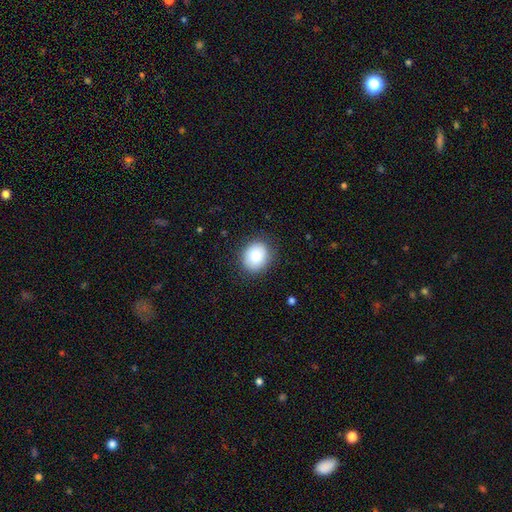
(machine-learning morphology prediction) A smooth galaxy with no disk features (86%) that is round (61%). Merging: none (85%).